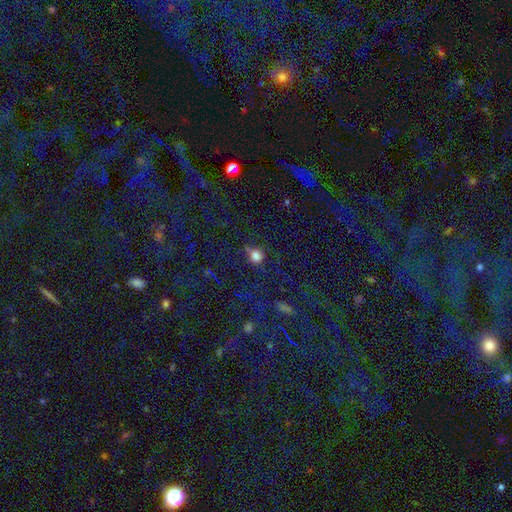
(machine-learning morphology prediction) A smooth galaxy with no disk features (73%) that is round (82%). Merging: none (63%).